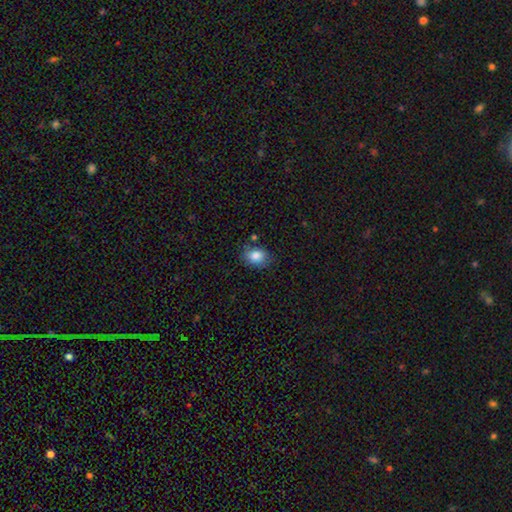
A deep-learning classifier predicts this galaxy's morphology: The model was most divided on "how rounded": in between: 64%, round: 35%, cigar-shaped: 1%. More confident: smooth or featured — smooth (85%); merging — none (74%).